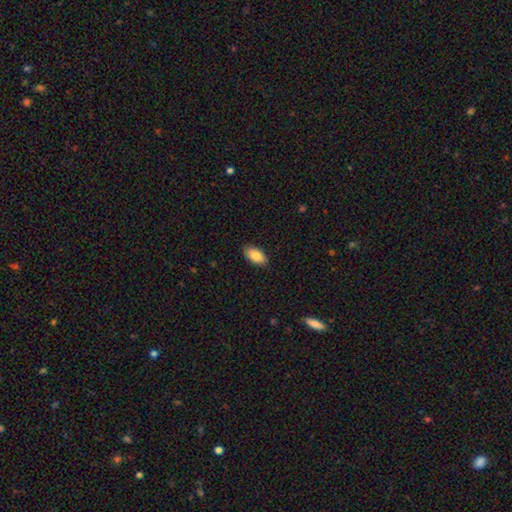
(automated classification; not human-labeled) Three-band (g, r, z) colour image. It shows a smooth galaxy with no disk features (86%) that is in between round and cigar-shaped (94%). Merging: none (87%).